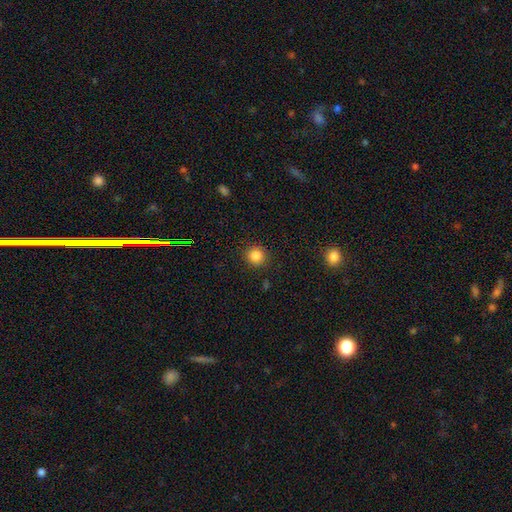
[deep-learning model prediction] Morphology: type=smooth (85%); roundness=round (92%); merging=none (90%).